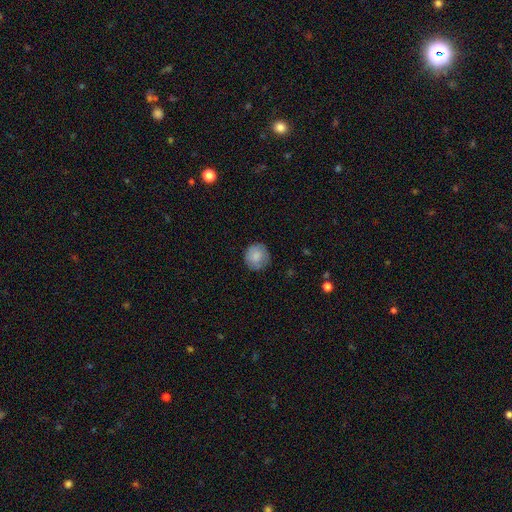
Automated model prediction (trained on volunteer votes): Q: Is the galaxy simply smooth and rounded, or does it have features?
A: smooth — 84%.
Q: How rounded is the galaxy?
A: round — 92%.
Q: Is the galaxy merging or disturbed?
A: none — 83%.